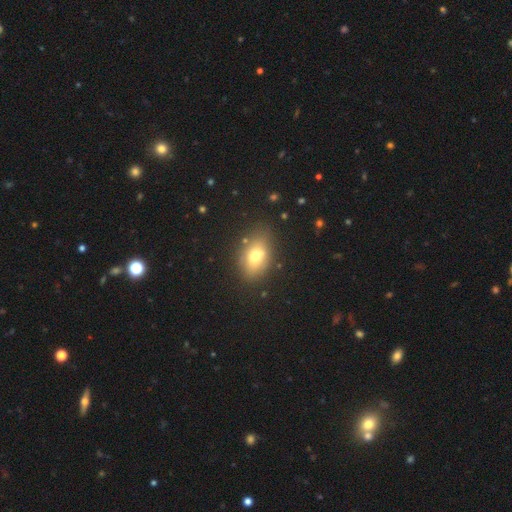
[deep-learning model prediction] smooth-or-featured: smooth: 70% | featured or disk: 19% | star or artifact: 11%
  how-rounded: in between: 85% | round: 12% | cigar-shaped: 3%
  merging: none: 75% | minor disturbance: 16% | major disturbance: 5% | merger: 4%